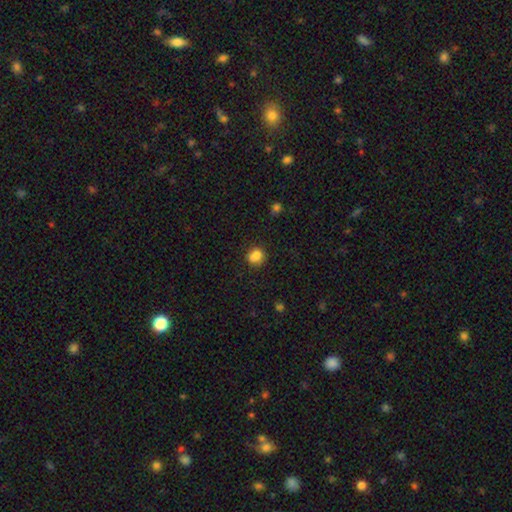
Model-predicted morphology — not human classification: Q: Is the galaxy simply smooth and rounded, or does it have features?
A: smooth — 82%.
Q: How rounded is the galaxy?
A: round — 66%.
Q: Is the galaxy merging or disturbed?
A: none — 64%.